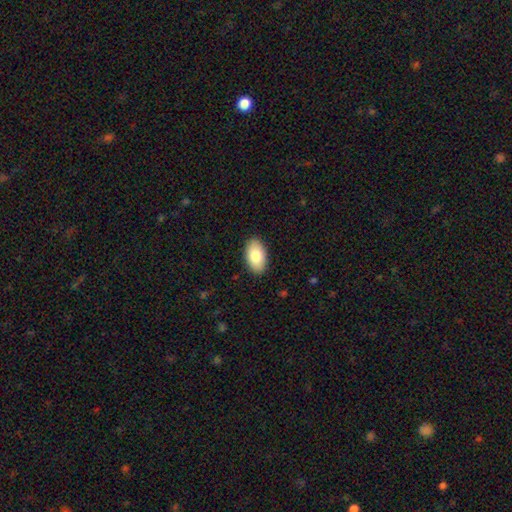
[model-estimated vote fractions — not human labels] Overall: smooth (80%). How rounded: in between (94%). Merging: none (89%).